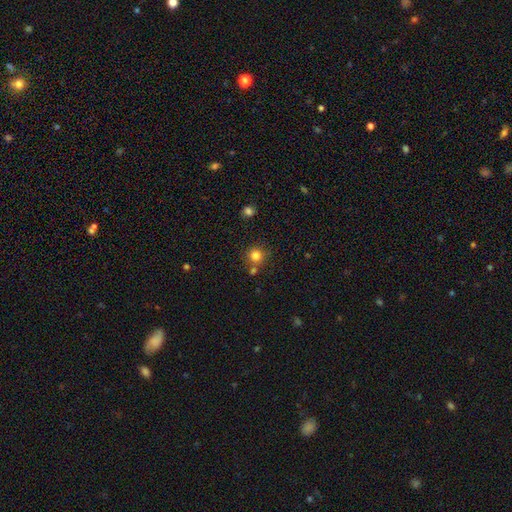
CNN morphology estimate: type=smooth (80%); roundness=round (92%); merging=none (74%).